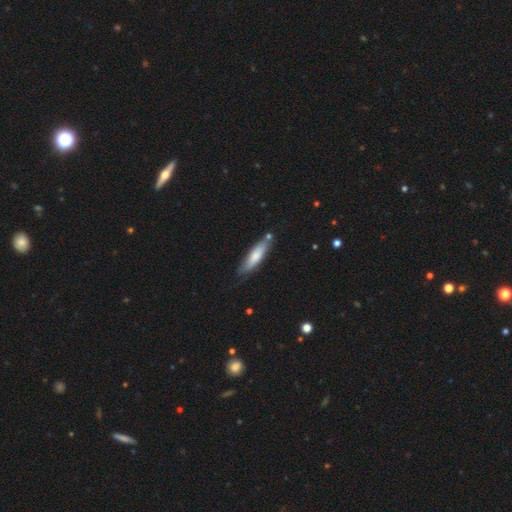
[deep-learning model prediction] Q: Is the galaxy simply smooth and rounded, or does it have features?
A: smooth — 71%.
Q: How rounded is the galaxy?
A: cigar-shaped — 71%.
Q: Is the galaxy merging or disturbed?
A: none — 72%.